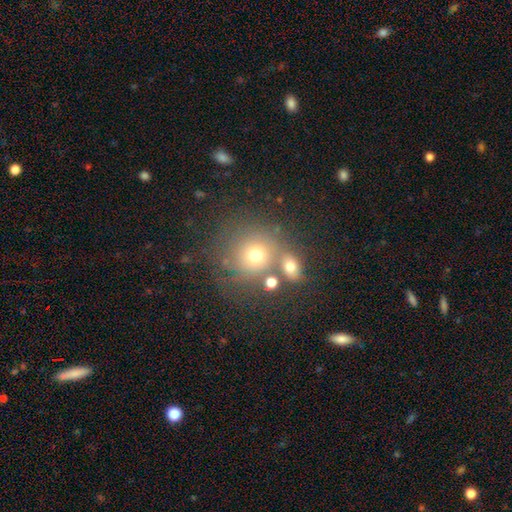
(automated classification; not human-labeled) This is likely a smooth galaxy (66%). How rounded: clearly round (88%). Merging: possibly none (58%).